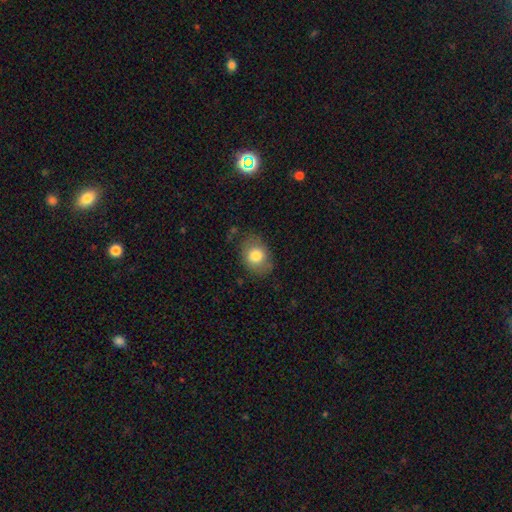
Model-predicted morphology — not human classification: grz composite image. It shows a smooth galaxy with no disk features (79%) that is in between round and cigar-shaped (59%). Merging: none (74%).